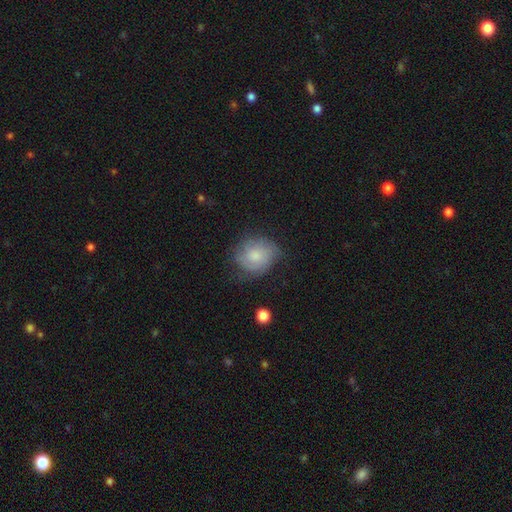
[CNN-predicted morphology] Overall: smooth (59%; featured or disk 34%). How rounded: round (70%). Merging: none (58%; minor disturbance 29%).